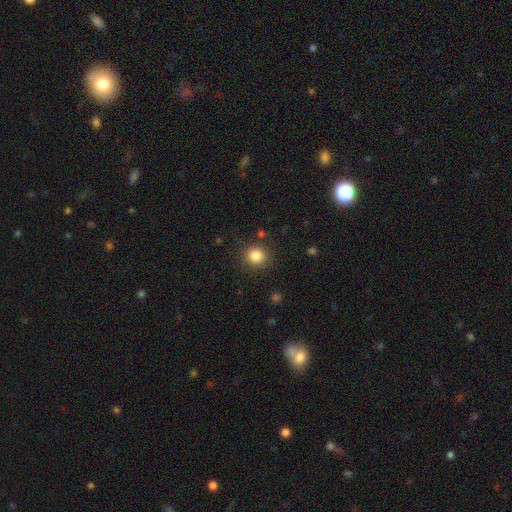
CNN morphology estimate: Smooth or featured? smooth (84%)
How rounded? round (91%)
Merging? none (88%)